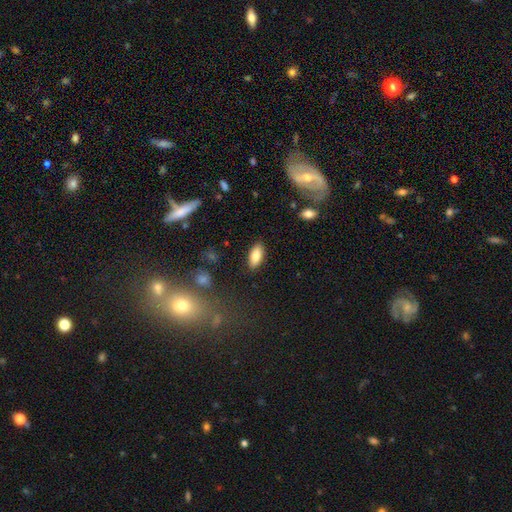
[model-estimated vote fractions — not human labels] Smooth or featured? smooth (81%)
How rounded? in between (85%)
Merging? none (87%)